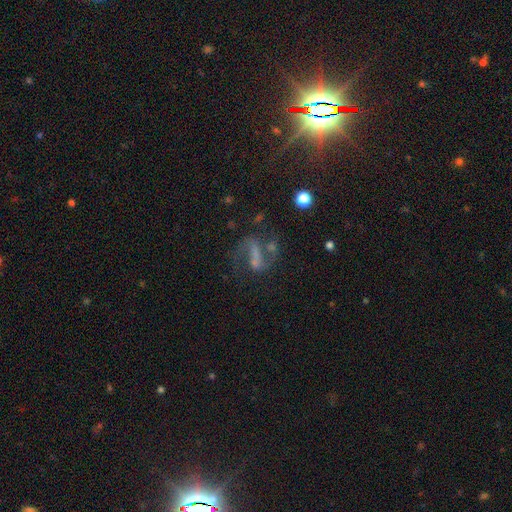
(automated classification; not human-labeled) This appears to be a featured or disk galaxy (58%) with a strong bar (43%), spiral arms (69%) and no central bulge (52%). Merging: none (43%).